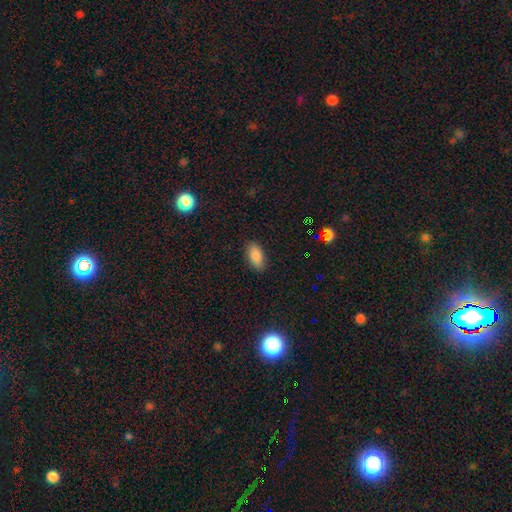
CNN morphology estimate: The model was most divided on "smooth or featured": smooth: 84%, star or artifact: 10%, featured or disk: 6%. More confident: how rounded — in between (91%); merging — none (87%).